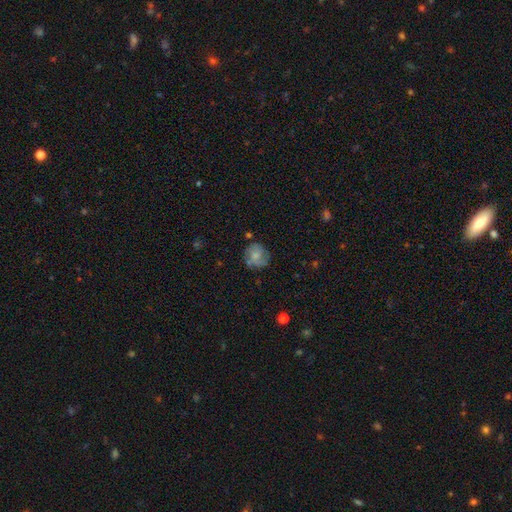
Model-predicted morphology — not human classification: Overall: smooth (52%; featured or disk 39%). How rounded: round (80%). Merging: none (66%).